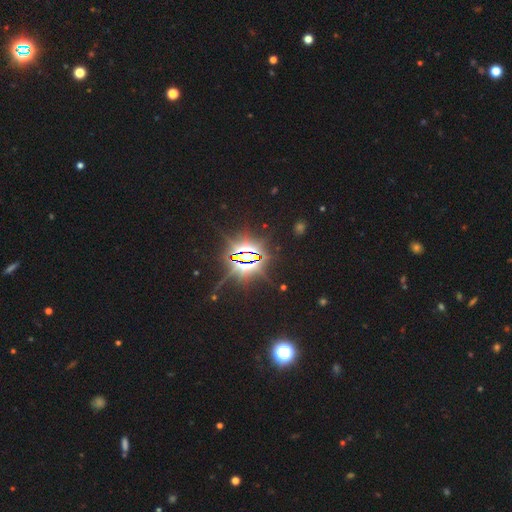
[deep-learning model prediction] star or artifact 86%, featured or disk 8%, smooth 6%.